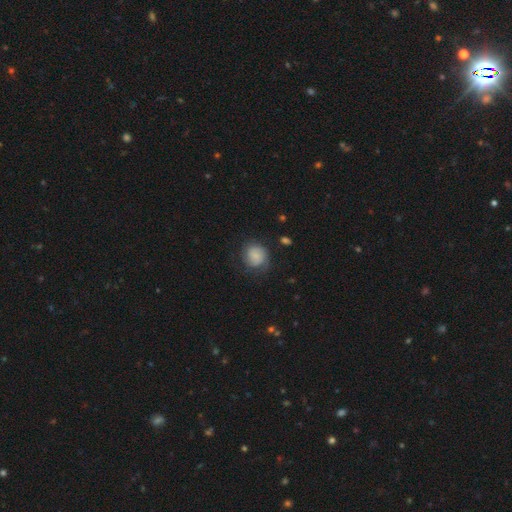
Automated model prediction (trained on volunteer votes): This is likely a smooth galaxy (67%). How rounded: clearly round (80%). Merging: likely none (64%).